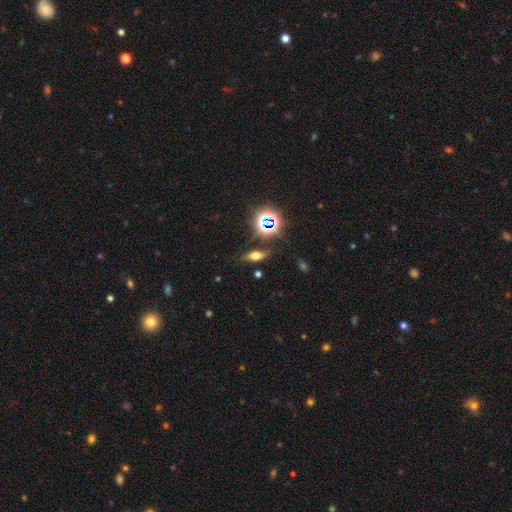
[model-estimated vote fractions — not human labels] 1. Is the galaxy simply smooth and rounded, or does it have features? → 50% smooth, 25% featured or disk, 25% star or artifact.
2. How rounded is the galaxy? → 59% in between, 31% cigar-shaped, 11% round.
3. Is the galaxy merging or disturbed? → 81% none, 12% minor disturbance, 4% major disturbance, 3% merger.